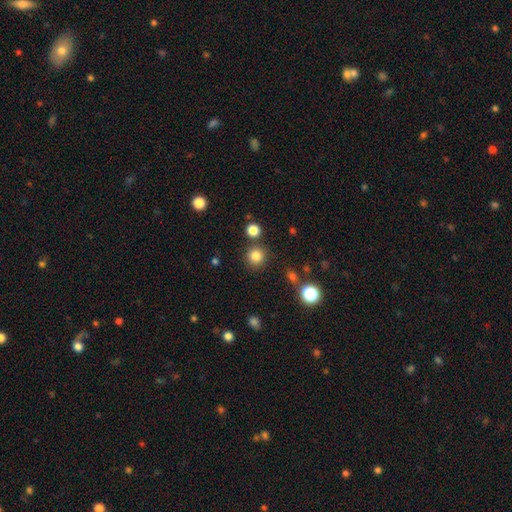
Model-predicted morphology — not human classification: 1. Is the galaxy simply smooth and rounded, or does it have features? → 82% smooth, 13% star or artifact, 5% featured or disk.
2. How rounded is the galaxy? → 93% round, 6% in between, 1% cigar-shaped.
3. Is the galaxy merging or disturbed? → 85% none, 7% minor disturbance, 6% merger, 3% major disturbance.